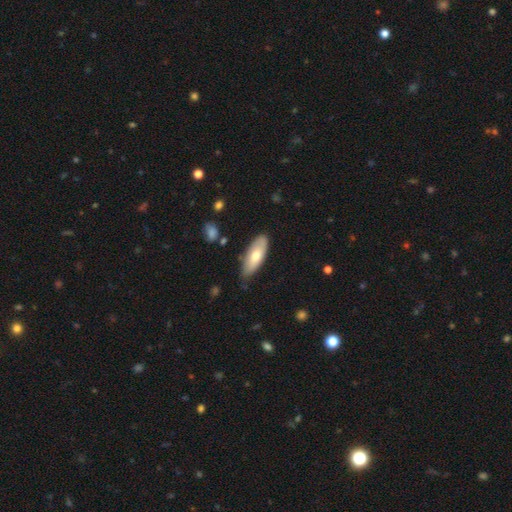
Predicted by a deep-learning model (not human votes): This is likely a smooth galaxy (69%). How rounded: likely in between (74%). Merging: likely none (73%).